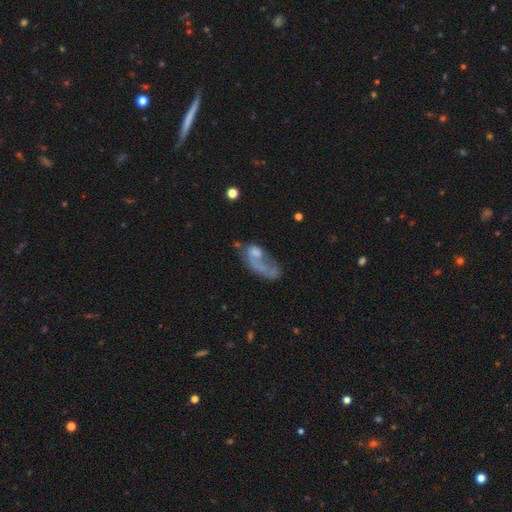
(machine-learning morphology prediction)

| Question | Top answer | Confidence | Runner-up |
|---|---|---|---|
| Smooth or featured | featured or disk | 47% | smooth (43%) |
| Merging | major disturbance | 42% | none (23%) |